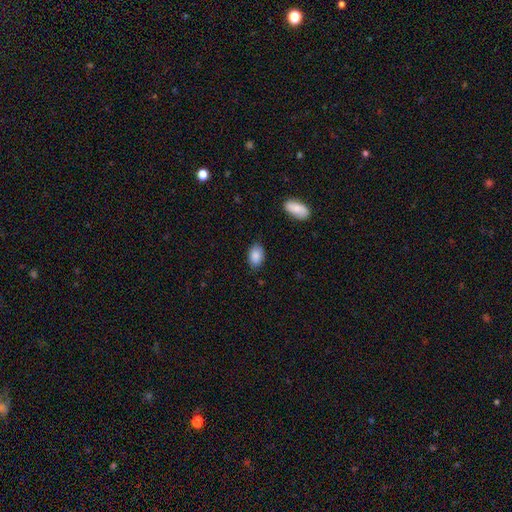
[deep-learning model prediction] Smooth or featured? smooth (87%)
How rounded? in between (89%)
Merging? none (81%)